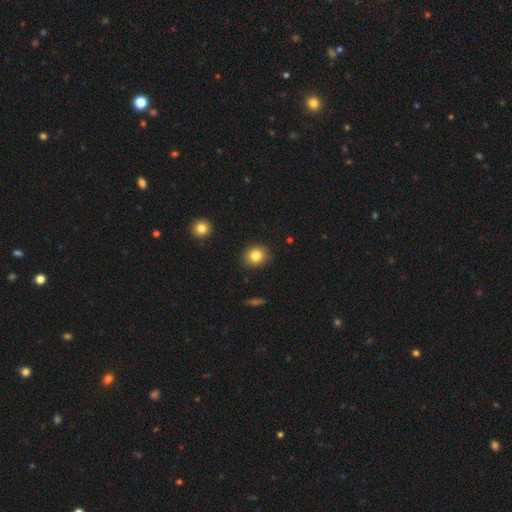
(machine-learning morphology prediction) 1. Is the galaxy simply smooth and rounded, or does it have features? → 82% smooth, 10% star or artifact, 7% featured or disk.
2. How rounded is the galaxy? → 77% round, 22% in between, 1% cigar-shaped.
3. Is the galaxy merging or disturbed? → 90% none, 7% minor disturbance, 2% major disturbance, 1% merger.